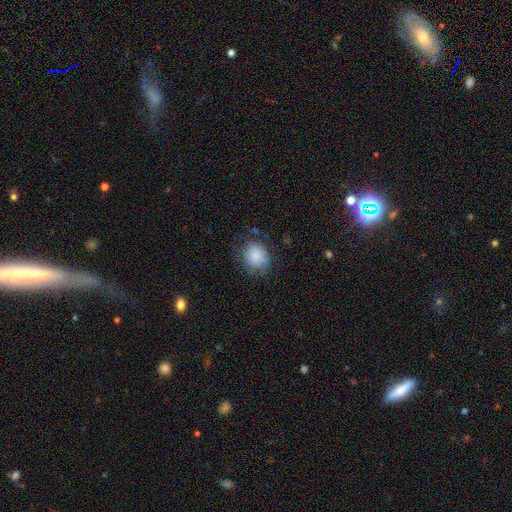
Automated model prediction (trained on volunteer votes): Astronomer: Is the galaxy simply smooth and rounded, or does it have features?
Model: smooth — 82%.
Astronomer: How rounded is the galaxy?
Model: round — 71%.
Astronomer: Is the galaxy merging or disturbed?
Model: none — 64%.